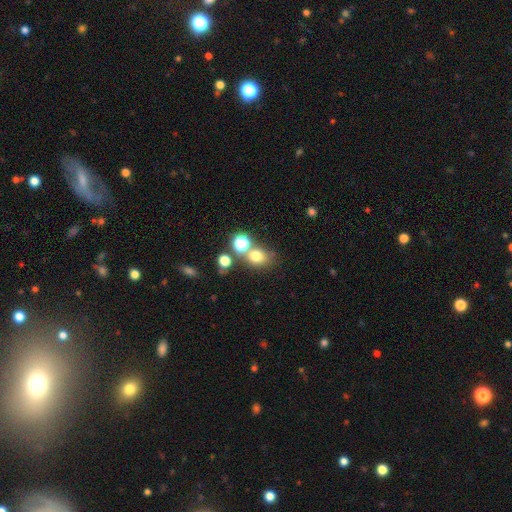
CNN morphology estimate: A smooth galaxy with no disk features (71%) that is round (63%).

Vote fractions:
- Smooth or featured? smooth: 71% / star or artifact: 18% / featured or disk: 11%
- How rounded? round: 63% / in between: 36% / cigar-shaped: 1%
- Merging? none: 53% / merger: 29% / minor disturbance: 11% / major disturbance: 6%